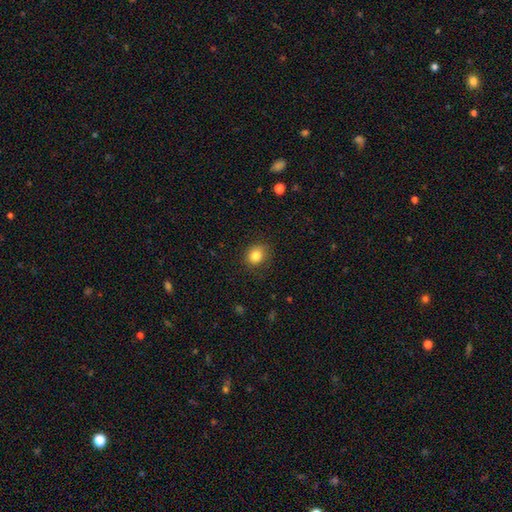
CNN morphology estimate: This appears to be a smooth galaxy with no disk features (83%) that is round (68%). Merging: none (82%).